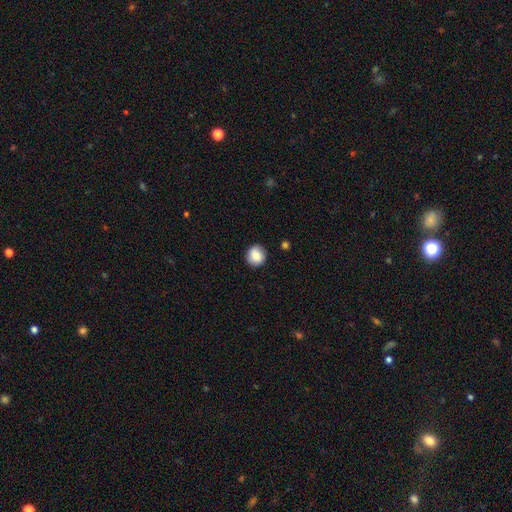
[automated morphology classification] The model was most divided on "smooth or featured": smooth: 83%, featured or disk: 8%, star or artifact: 8%. More confident: how rounded — round (88%); merging — none (87%).